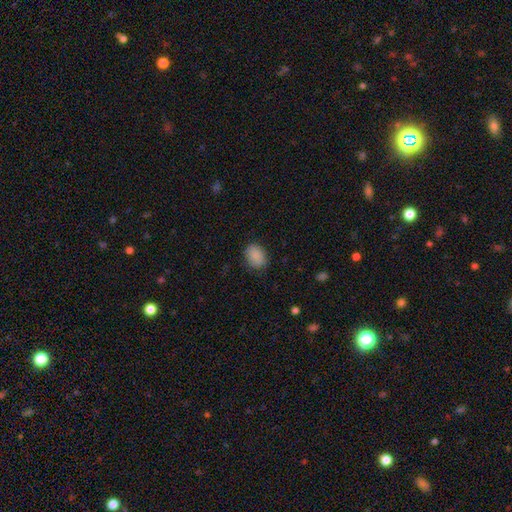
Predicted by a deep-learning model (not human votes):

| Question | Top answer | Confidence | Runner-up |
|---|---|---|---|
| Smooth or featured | smooth | 88% | star or artifact (8%) |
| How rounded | in between | 61% | round (38%) |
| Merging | none | 82% | minor disturbance (14%) |